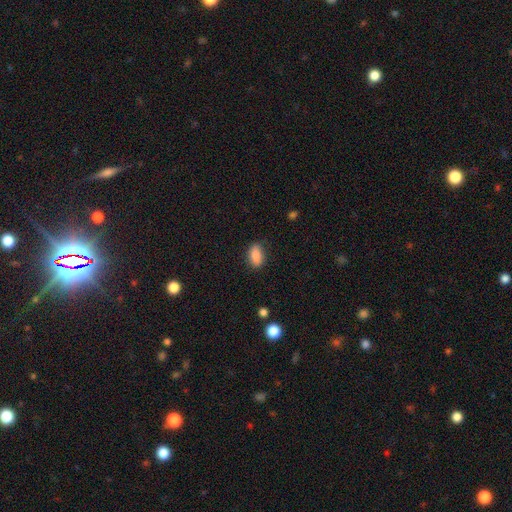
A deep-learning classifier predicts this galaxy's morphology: smooth-or-featured: smooth: 87% | star or artifact: 8% | featured or disk: 5%
  how-rounded: in between: 88% | round: 6% | cigar-shaped: 6%
  merging: none: 79% | minor disturbance: 16% | major disturbance: 3% | merger: 1%